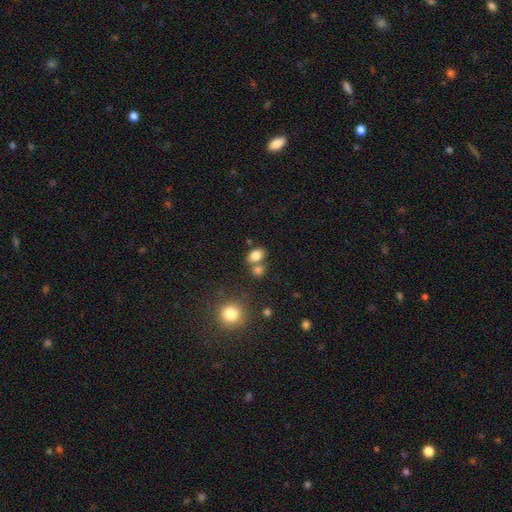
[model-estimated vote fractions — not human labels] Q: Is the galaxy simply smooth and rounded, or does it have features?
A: smooth — 81%.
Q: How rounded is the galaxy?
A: in between — 76%.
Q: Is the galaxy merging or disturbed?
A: none — 54%.